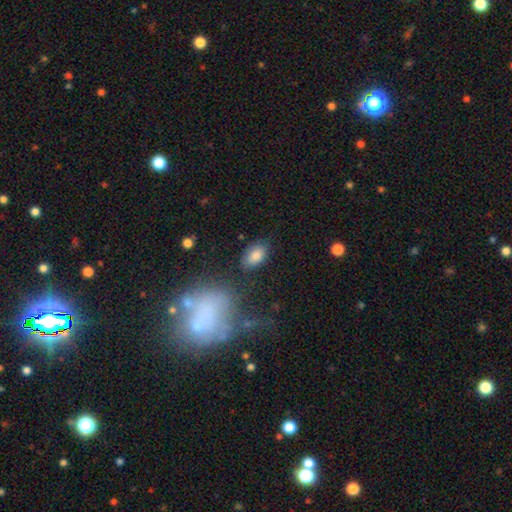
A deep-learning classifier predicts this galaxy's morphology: Smooth or featured? smooth (84%)
How rounded? in between (92%)
Merging? none (76%)